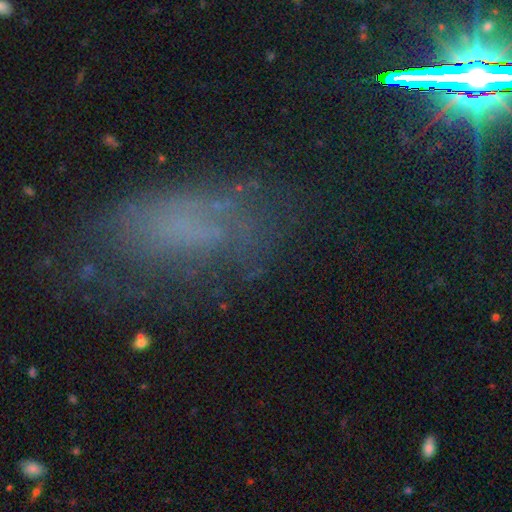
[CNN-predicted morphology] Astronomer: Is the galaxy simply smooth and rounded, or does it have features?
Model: featured or disk — 40% (runner-up: smooth, 38%).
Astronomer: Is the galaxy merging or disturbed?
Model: none — 50%.